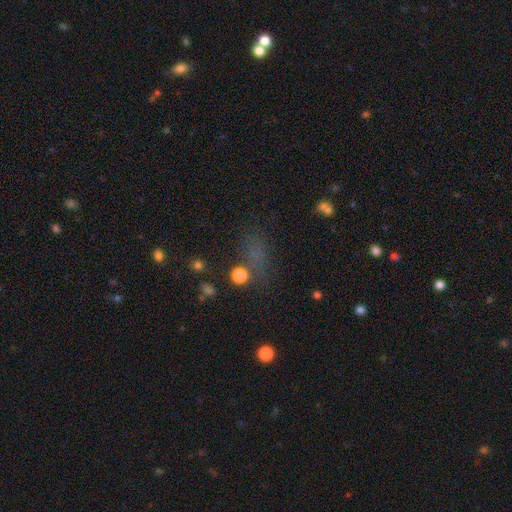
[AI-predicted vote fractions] Q: Smooth or featured?
A: smooth (50%); runner-up: star or artifact (39%)
Q: Merging?
A: none (60%); runner-up: minor disturbance (17%)